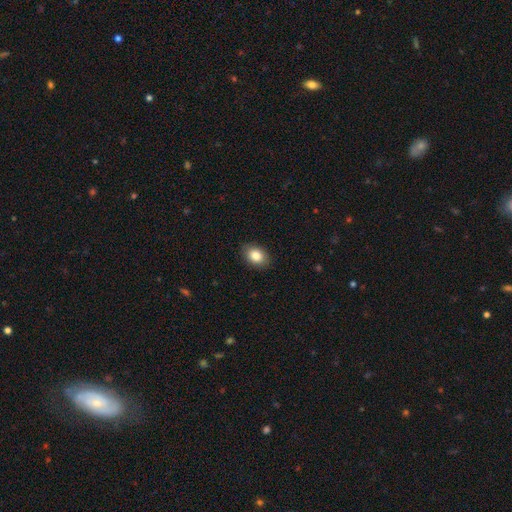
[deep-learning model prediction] Smooth or featured? smooth (85%)
How rounded? in between (77%)
Merging? none (87%)